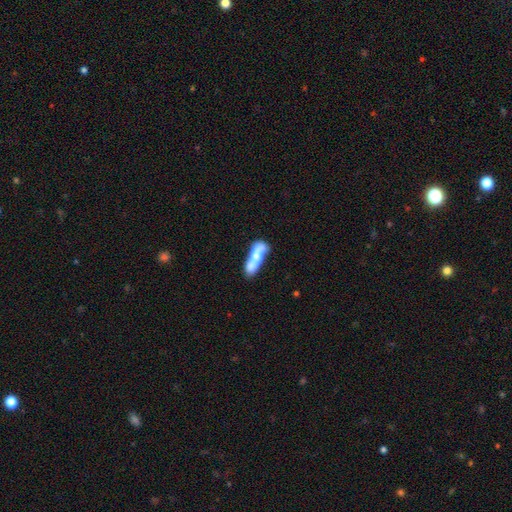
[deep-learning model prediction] smooth 56%, featured or disk 38%, star or artifact 7%. Down the decision tree: how rounded — in between (50%); merging — merger (47%).